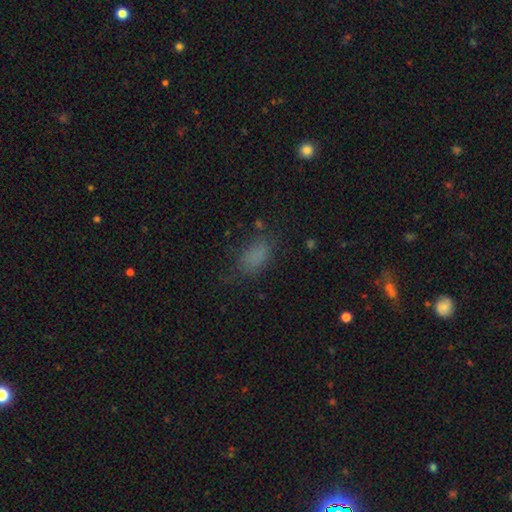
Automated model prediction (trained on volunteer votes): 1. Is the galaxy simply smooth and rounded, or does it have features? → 77% smooth, 15% star or artifact, 8% featured or disk.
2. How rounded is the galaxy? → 89% in between, 7% round, 4% cigar-shaped.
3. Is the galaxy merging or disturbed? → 63% none, 22% minor disturbance, 13% major disturbance, 2% merger.